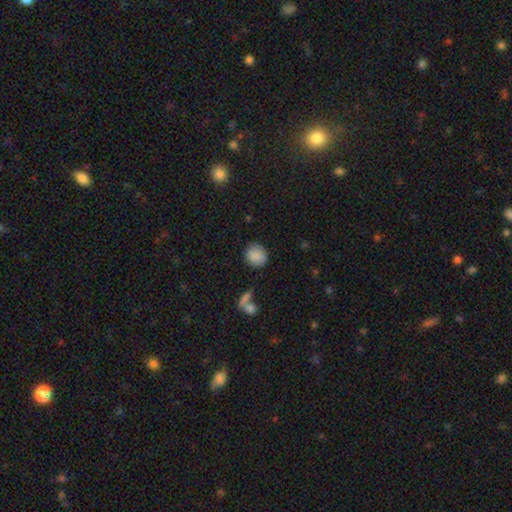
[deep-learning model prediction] A smooth galaxy with no disk features (87%) that is round (82%).

Vote fractions:
- Smooth or featured? smooth: 87% / star or artifact: 8% / featured or disk: 5%
- How rounded? round: 82% / in between: 17% / cigar-shaped: 1%
- Merging? none: 81% / minor disturbance: 12% / major disturbance: 4% / merger: 3%